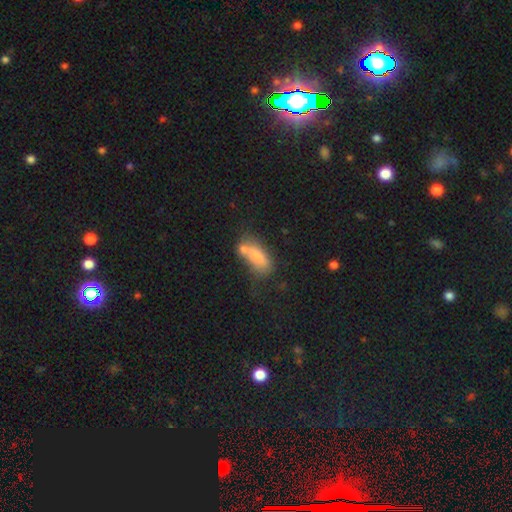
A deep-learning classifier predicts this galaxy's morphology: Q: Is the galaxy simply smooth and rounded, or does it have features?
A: smooth — 69%.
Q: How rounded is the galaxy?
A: in between — 78%.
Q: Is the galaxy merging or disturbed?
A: merger — 39%.